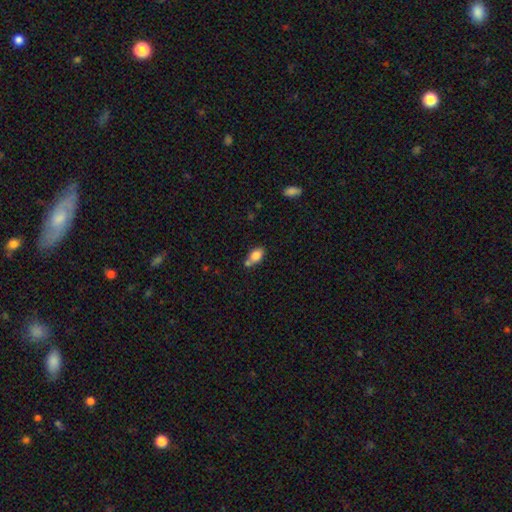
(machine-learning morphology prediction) This is clearly a smooth galaxy (83%). How rounded: clearly in between (84%). Merging: possibly none (49%).